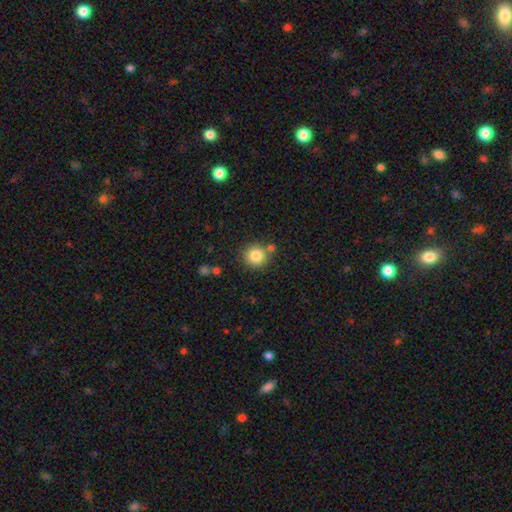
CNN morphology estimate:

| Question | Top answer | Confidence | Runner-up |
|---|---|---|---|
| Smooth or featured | smooth | 83% | star or artifact (10%) |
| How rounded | round | 92% | in between (7%) |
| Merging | none | 79% | minor disturbance (9%) |